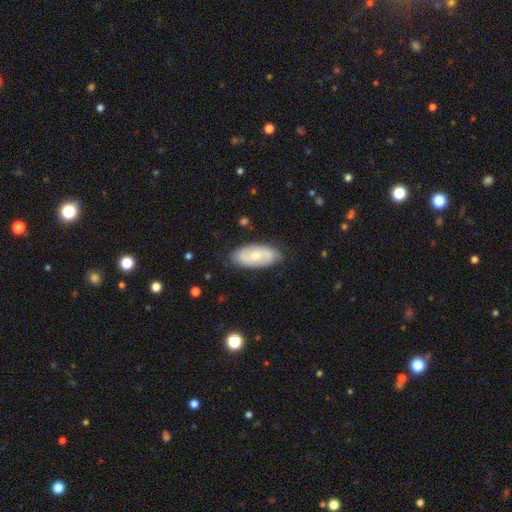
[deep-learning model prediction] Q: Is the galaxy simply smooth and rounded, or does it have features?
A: featured or disk — 55%.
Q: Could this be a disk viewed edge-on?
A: no — 92%.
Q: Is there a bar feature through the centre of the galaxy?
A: no — 56%.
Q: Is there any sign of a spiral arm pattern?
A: yes — 78%.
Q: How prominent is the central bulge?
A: small — 49%.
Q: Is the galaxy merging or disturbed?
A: none — 82%.